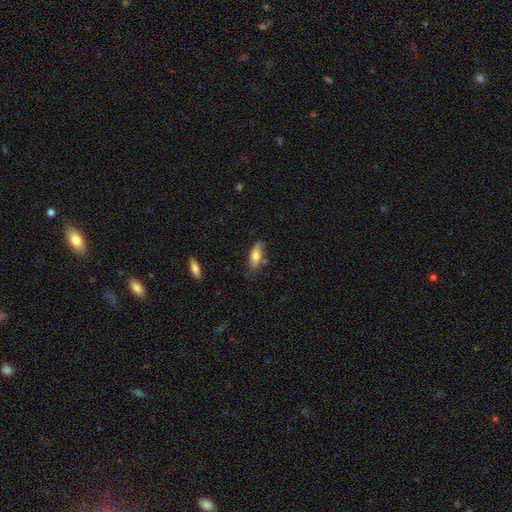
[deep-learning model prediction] Overall: smooth (74%). How rounded: in between (75%). Merging: none (71%).